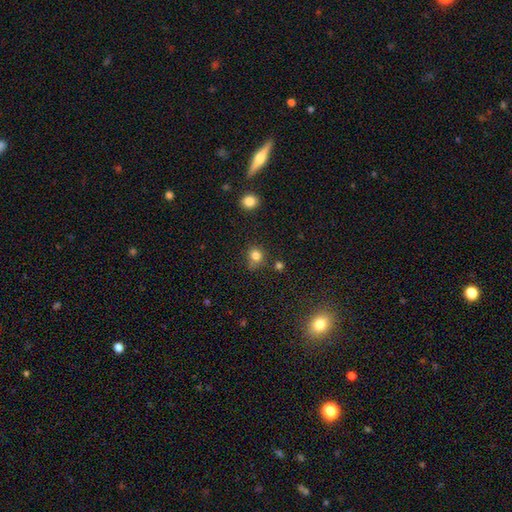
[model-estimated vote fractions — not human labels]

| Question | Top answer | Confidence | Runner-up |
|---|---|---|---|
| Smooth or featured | smooth | 81% | star or artifact (13%) |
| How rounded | round | 81% | in between (18%) |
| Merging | none | 64% | minor disturbance (22%) |